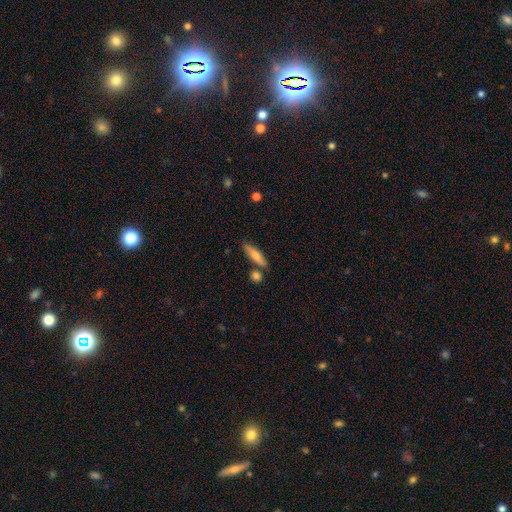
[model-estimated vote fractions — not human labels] Smooth or featured: smooth — 72% (featured or disk — 22%)
How rounded: cigar-shaped — 75% (in between — 22%)
Merging: none — 74% (minor disturbance — 13%)